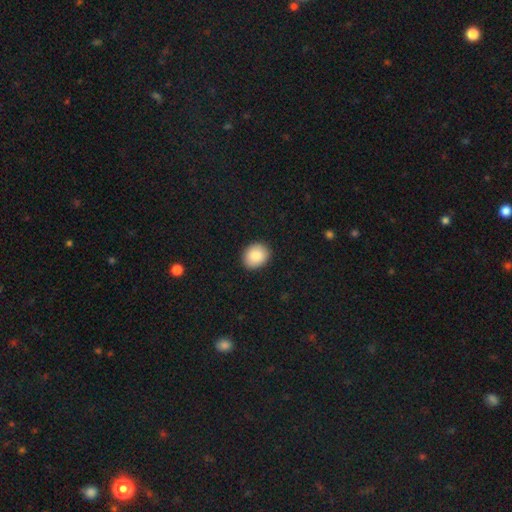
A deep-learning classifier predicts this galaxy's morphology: A smooth galaxy with no disk features (87%) that is round (61%). Merging: none (90%).